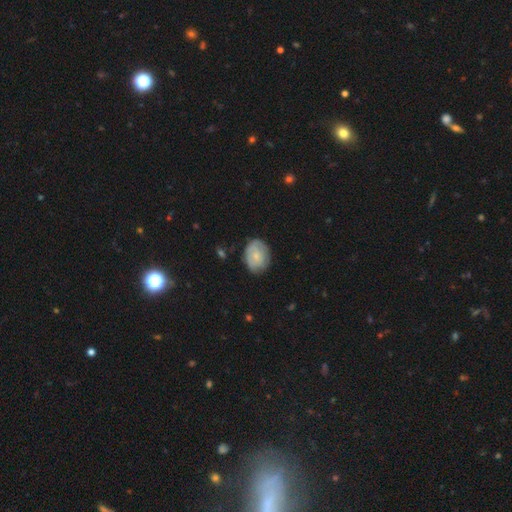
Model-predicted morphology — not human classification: smooth-or-featured: smooth: 58% | featured or disk: 36% | star or artifact: 6%
  how-rounded: in between: 63% | round: 36% | cigar-shaped: 1%
  merging: none: 70% | minor disturbance: 23% | major disturbance: 5% | merger: 1%